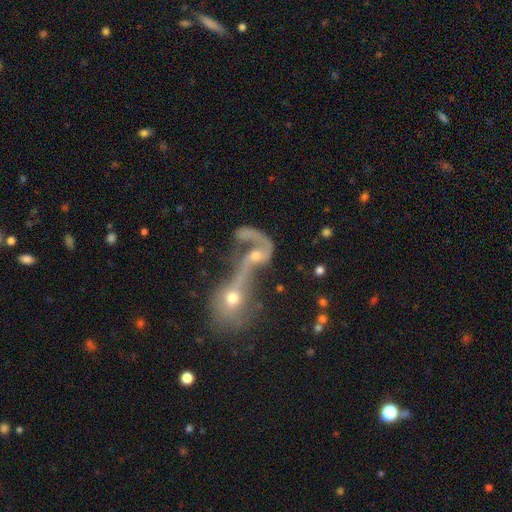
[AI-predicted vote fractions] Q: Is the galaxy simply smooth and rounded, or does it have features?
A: featured or disk — 65%.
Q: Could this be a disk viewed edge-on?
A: no — 92%.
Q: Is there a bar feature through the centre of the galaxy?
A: no — 64%.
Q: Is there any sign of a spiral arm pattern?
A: yes — 71%.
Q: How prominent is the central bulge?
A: moderate — 47%.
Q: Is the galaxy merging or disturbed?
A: merger — 71%.